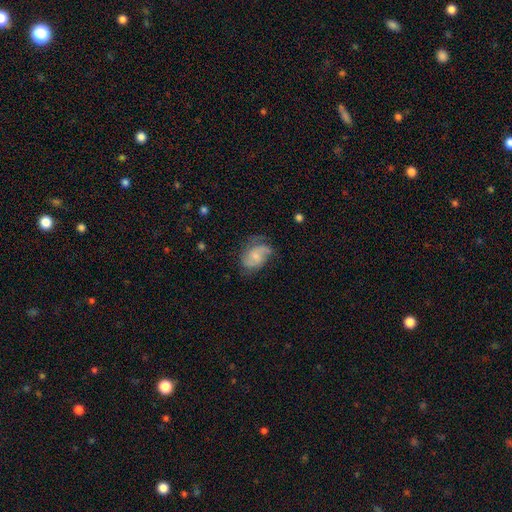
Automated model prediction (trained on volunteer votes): A featured or disk galaxy (51%). Merging: none (45%).